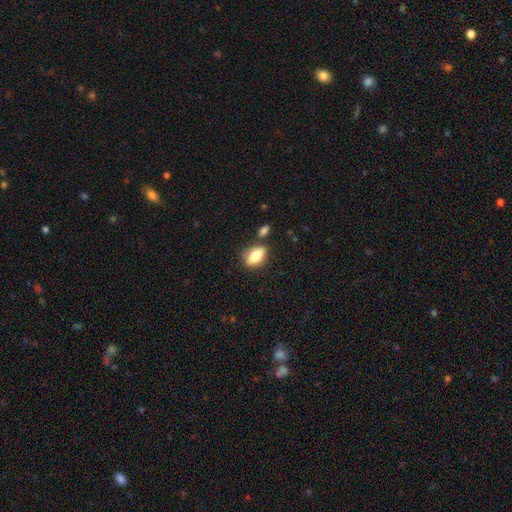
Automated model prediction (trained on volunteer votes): Smooth or featured: smooth — 66% (featured or disk — 25%)
How rounded: in between — 81% (round — 10%)
Merging: none — 73% (minor disturbance — 14%)